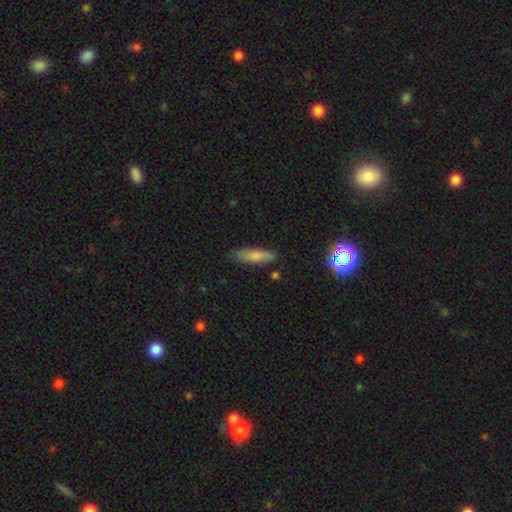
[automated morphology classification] smooth-or-featured: smooth: 79% | featured or disk: 14% | star or artifact: 7%
  how-rounded: cigar-shaped: 57% | in between: 41% | round: 2%
  merging: none: 79% | minor disturbance: 16% | major disturbance: 3% | merger: 2%